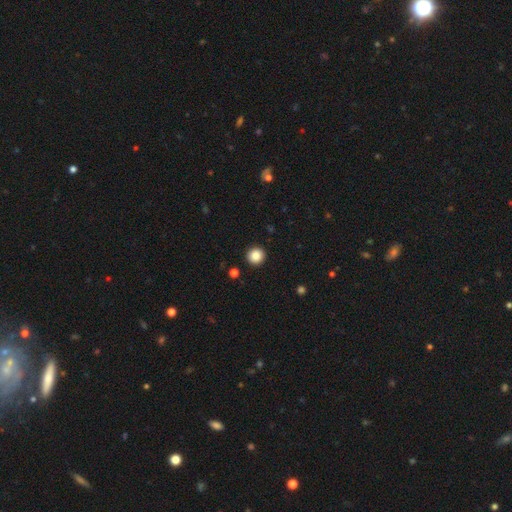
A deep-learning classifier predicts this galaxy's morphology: smooth-or-featured: smooth: 87% | star or artifact: 10% | featured or disk: 3%
  how-rounded: round: 96% | in between: 3% | cigar-shaped: 1%
  merging: none: 93% | minor disturbance: 4% | major disturbance: 2% | merger: 1%